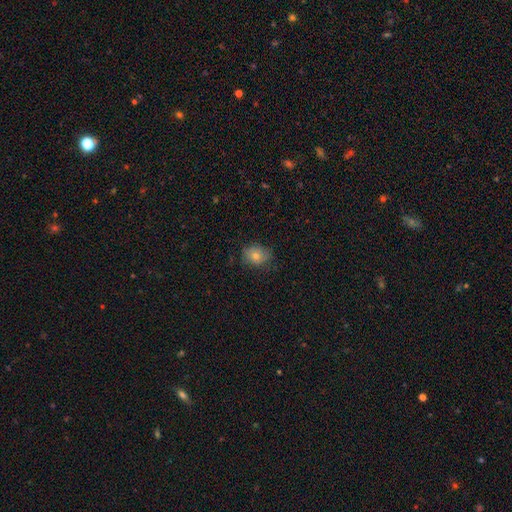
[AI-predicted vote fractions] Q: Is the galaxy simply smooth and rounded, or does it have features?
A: smooth — 71%.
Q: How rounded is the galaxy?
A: round — 60%.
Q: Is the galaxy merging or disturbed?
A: none — 76%.